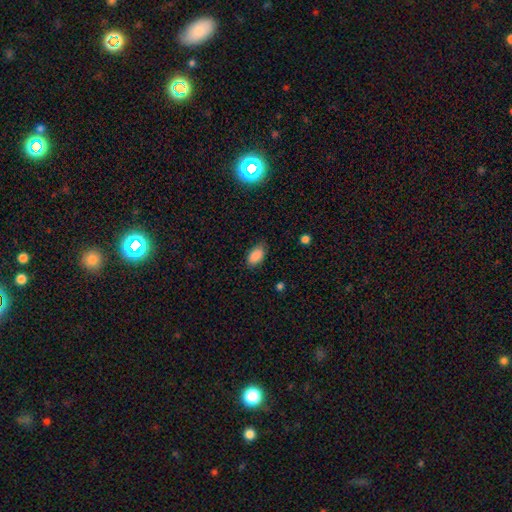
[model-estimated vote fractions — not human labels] smooth 87%, star or artifact 8%, featured or disk 5%. Down the decision tree: how rounded — in between (92%); merging — none (75%).